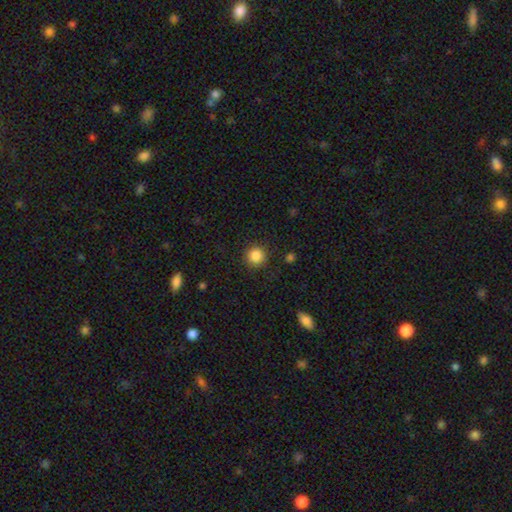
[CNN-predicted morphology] A smooth galaxy with no disk features (86%) that is round (94%).

Vote fractions:
- Smooth or featured? smooth: 86% / star or artifact: 10% / featured or disk: 4%
- How rounded? round: 94% / in between: 5% / cigar-shaped: 1%
- Merging? none: 89% / minor disturbance: 7% / major disturbance: 3% / merger: 1%